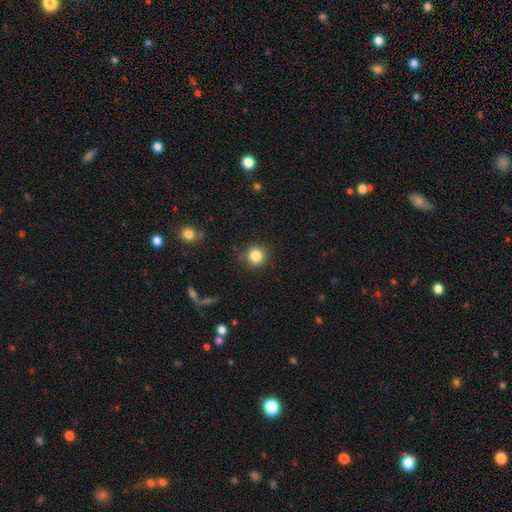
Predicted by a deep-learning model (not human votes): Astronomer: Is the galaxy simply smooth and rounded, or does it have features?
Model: smooth — 84%.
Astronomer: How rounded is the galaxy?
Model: round — 92%.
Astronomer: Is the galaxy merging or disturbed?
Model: none — 87%.